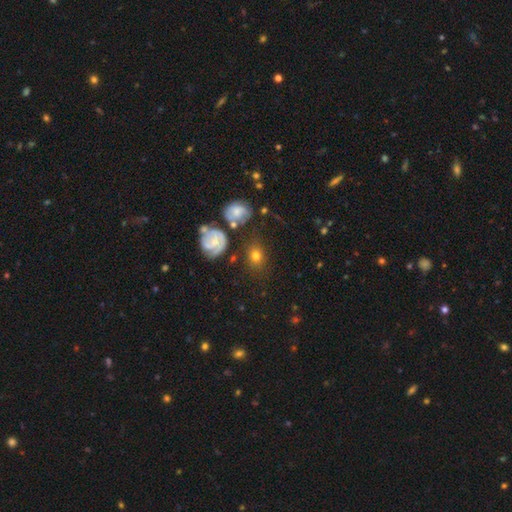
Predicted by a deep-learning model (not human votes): Morphology: type=smooth (60%); roundness=round (55%); merging=none (68%).